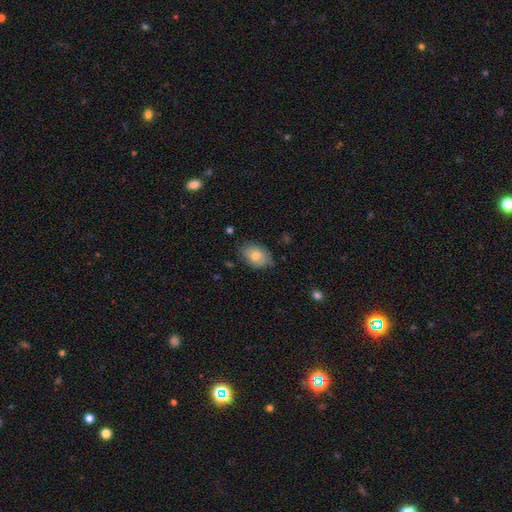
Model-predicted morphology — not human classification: Overall: smooth (77%). How rounded: in between (85%). Merging: none (75%).